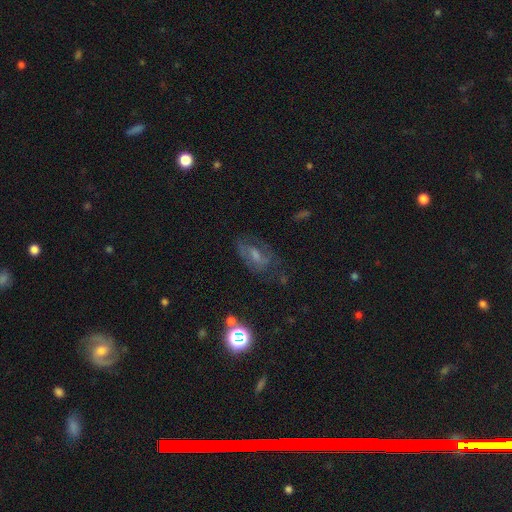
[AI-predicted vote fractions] Smooth or featured?
  - featured or disk: 52% *
  - smooth: 27%
  - star or artifact: 21%
Edge-on disk?
  - no: 93% *
  - yes: 7%
Merging?
  - none: 57% *
  - minor disturbance: 22%
  - major disturbance: 18%
  - merger: 2%